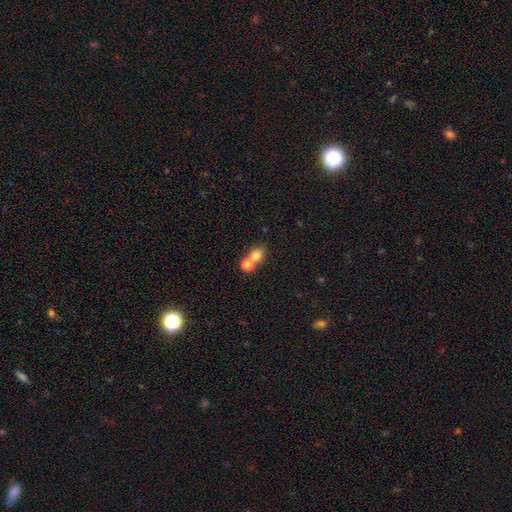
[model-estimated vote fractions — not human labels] Smooth or featured? smooth (79%)
How rounded? round (67%)
Merging? merger (51%)